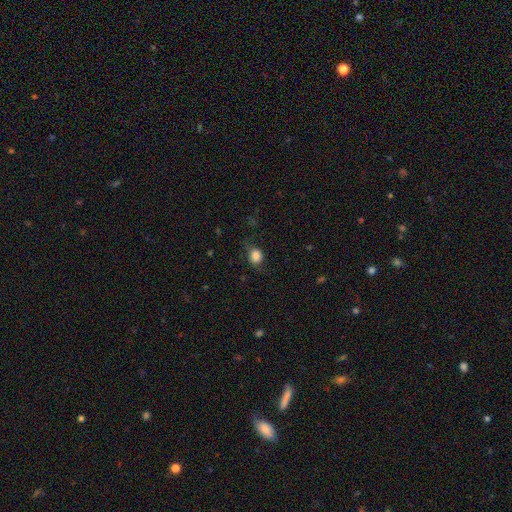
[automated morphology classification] Smooth or featured?
  - smooth: 84% *
  - star or artifact: 10%
  - featured or disk: 6%
How rounded?
  - round: 70% *
  - in between: 29%
  - cigar-shaped: 1%
Merging?
  - none: 68% *
  - minor disturbance: 22%
  - major disturbance: 9%
  - merger: 1%